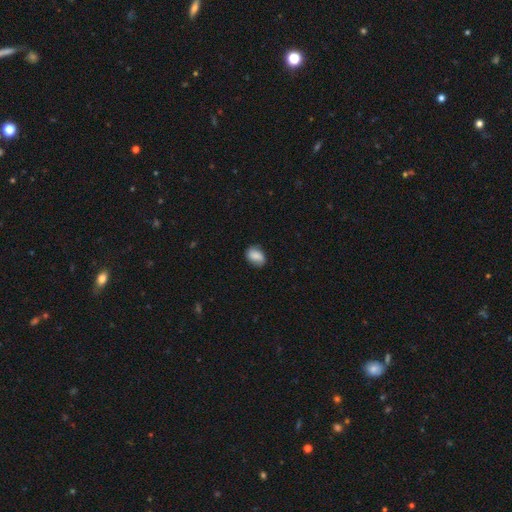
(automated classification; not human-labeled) A smooth galaxy with no disk features (81%) that is in between round and cigar-shaped (76%). Merging: none (75%).